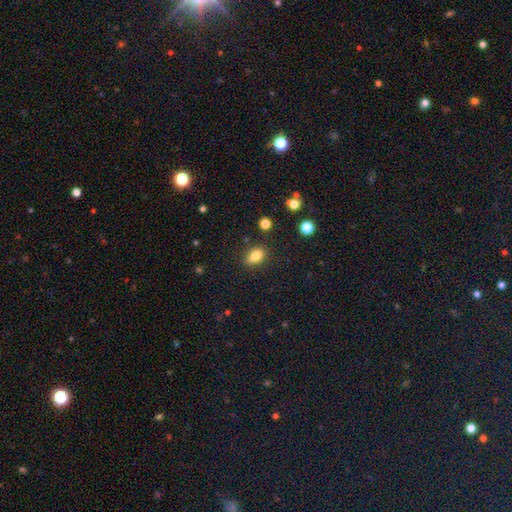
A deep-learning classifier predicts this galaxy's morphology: Overall: smooth (81%). How rounded: in between (81%). Merging: none (78%).